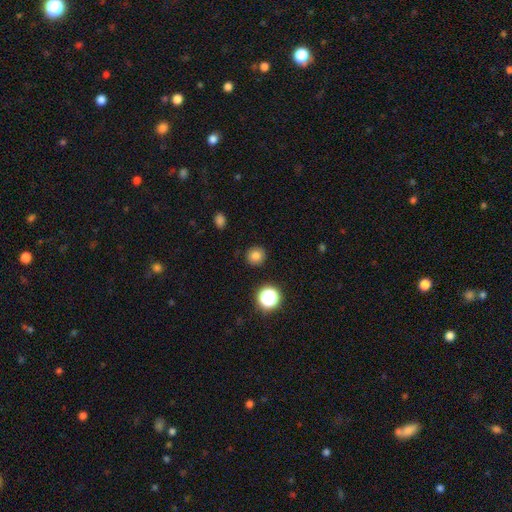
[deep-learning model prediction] Overall: smooth (80%). How rounded: round (92%). Merging: none (90%).